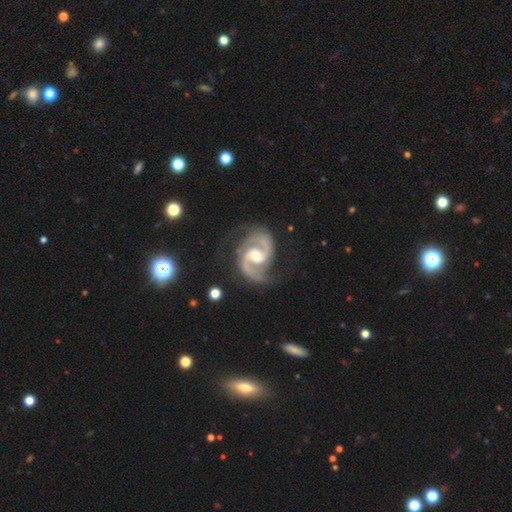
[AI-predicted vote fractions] This is clearly a featured or disk galaxy (94%). It is clearly not viewed edge-on (98%). Bar: possibly weak (48%). Spiral arm pattern: clearly yes (99%). Spiral arm count: clearly 2 (93%). Spiral winding: likely medium (61%). Central bulge: likely moderate (63%). Merging: likely none (75%).